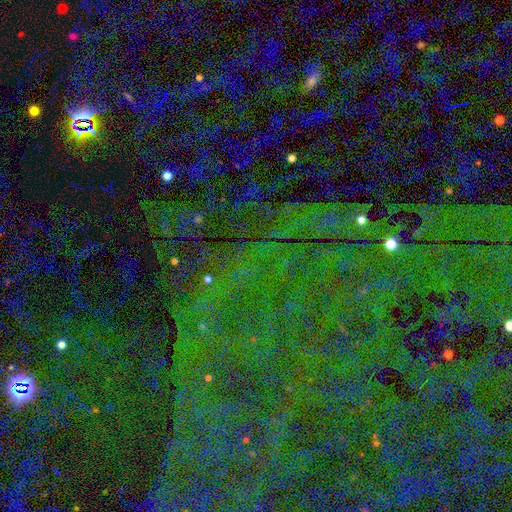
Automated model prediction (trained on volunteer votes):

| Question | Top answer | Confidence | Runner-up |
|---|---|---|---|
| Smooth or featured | star or artifact | 82% | smooth (11%) |